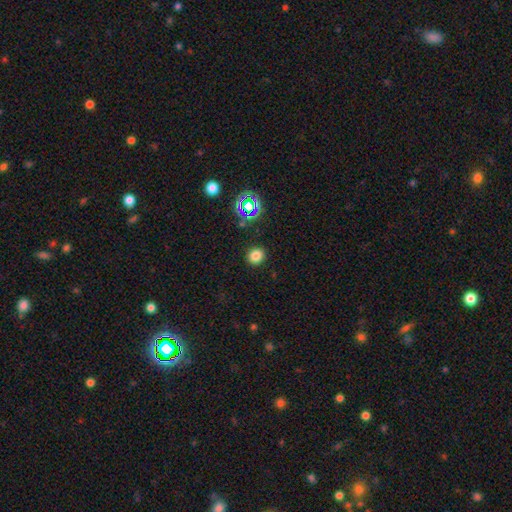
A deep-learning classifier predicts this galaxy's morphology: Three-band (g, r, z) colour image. It shows a smooth galaxy with no disk features (77%) that is round (75%). Merging: none (89%).